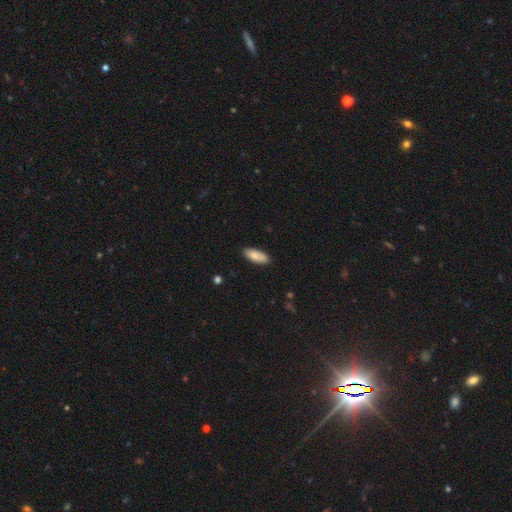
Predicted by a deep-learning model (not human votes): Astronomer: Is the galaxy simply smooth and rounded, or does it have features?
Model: smooth — 82%.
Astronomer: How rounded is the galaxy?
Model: in between — 80%.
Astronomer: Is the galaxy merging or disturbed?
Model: none — 86%.